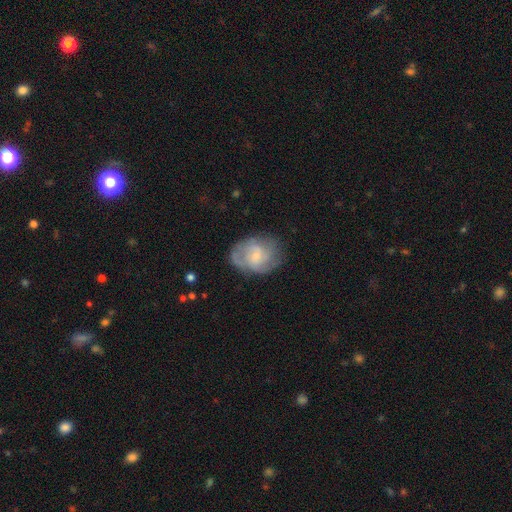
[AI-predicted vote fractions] featured or disk 64%, smooth 29%, star or artifact 7%. Down the decision tree: edge-on disk — no (97%); bar — no (61%); spiral arms — yes (84%); spiral arm count — 2 (38%); spiral winding — medium (44%); bulge size — small (65%); merging — none (62%).